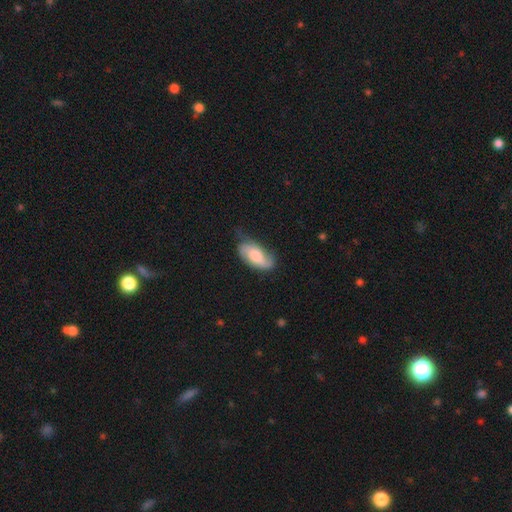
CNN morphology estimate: A smooth galaxy with no disk features (47%).

Vote fractions:
- Smooth or featured? smooth: 47% / featured or disk: 46% / star or artifact: 7%
- Merging? none: 54% / minor disturbance: 33% / major disturbance: 12% / merger: 2%